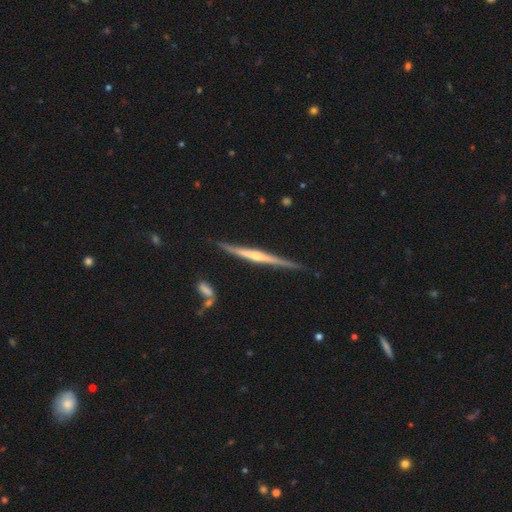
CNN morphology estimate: Smooth or featured: featured or disk — 82% (smooth — 13%)
Edge-on disk: yes — 98% (no — 2%)
Edge-on bulge: rounded — 69% (none — 22%)
Merging: none — 85% (minor disturbance — 10%)